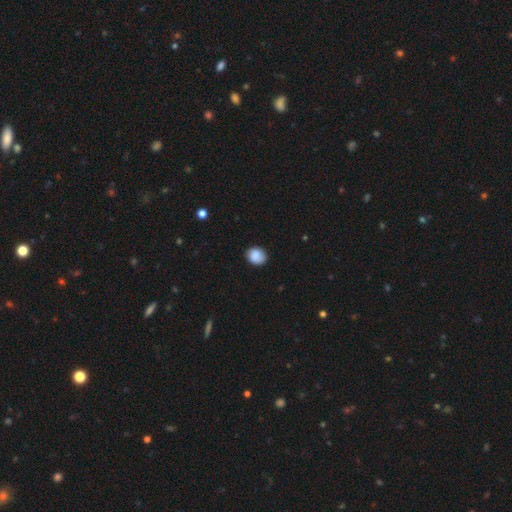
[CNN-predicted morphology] type=smooth (87%); roundness=round (64%); merging=none (82%).